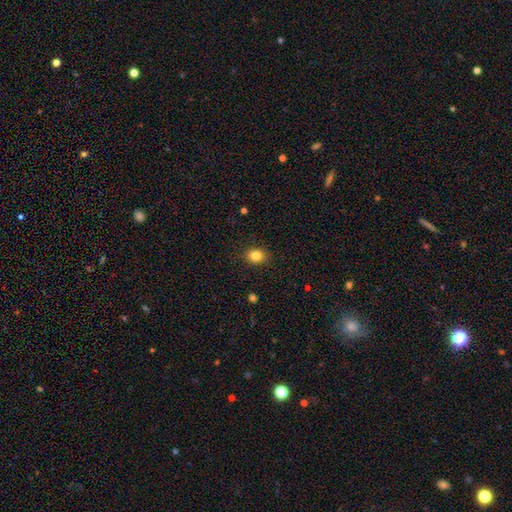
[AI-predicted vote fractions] Smooth or featured? Predicted: smooth (p=0.83). How rounded? Predicted: round (p=0.53). Merging? Predicted: none (p=0.89).